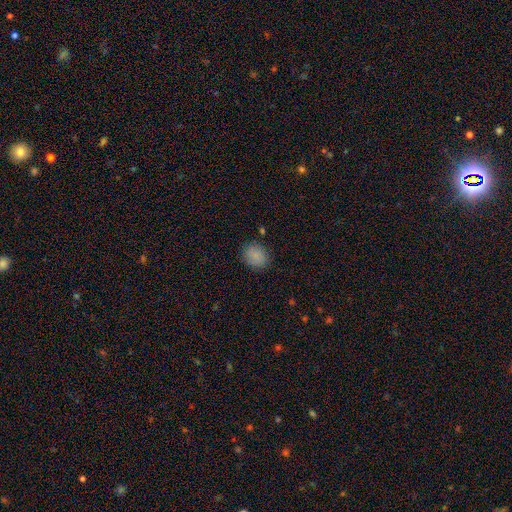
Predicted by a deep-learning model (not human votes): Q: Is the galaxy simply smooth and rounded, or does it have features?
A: smooth — 85%.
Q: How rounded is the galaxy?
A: round — 65%.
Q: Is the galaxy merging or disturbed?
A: none — 84%.